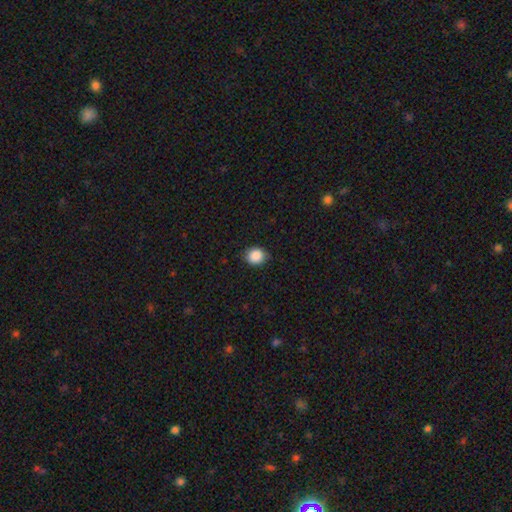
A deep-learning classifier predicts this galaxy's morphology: Overall: smooth (89%). How rounded: round (75%). Merging: none (84%).